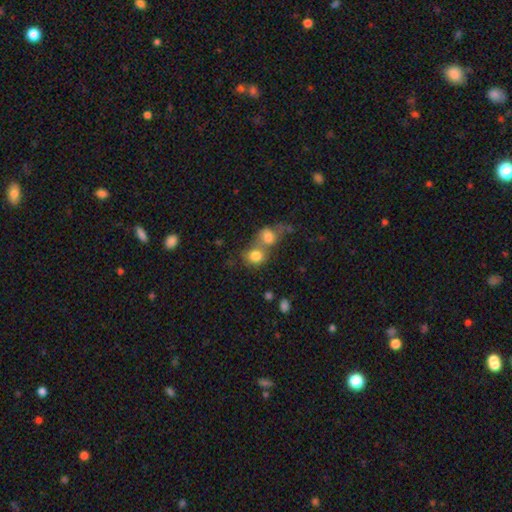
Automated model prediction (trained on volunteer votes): A smooth galaxy with no disk features (80%) that is round (72%).

Vote fractions:
- Smooth or featured? smooth: 80% / featured or disk: 10% / star or artifact: 10%
- How rounded? round: 72% / in between: 27% / cigar-shaped: 1%
- Merging? merger: 60% / none: 29% / minor disturbance: 7% / major disturbance: 4%